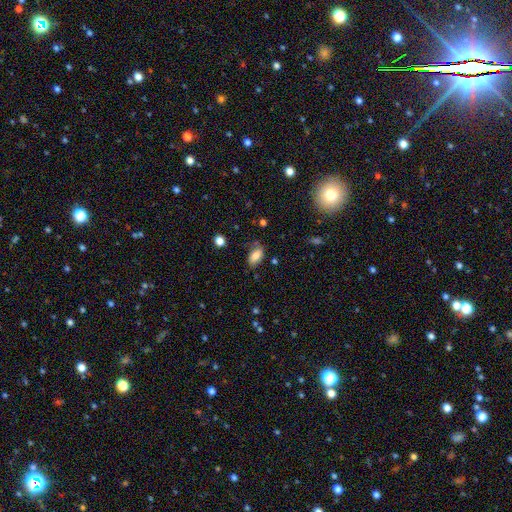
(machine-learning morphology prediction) smooth_or_featured: smooth (p=0.79) [alt: featured or disk p=0.12]
how_rounded: in between (p=0.91) [alt: round p=0.05]
merging: none (p=0.64) [alt: minor disturbance p=0.26]